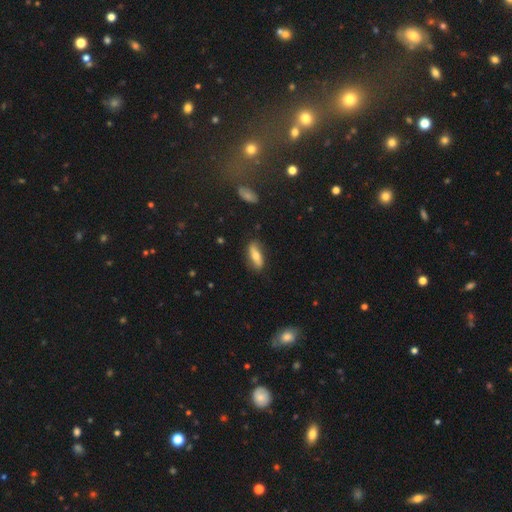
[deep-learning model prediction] Smooth or featured: smooth — 55% (featured or disk — 39%)
How rounded: in between — 56% (cigar-shaped — 40%)
Merging: none — 81% (minor disturbance — 14%)